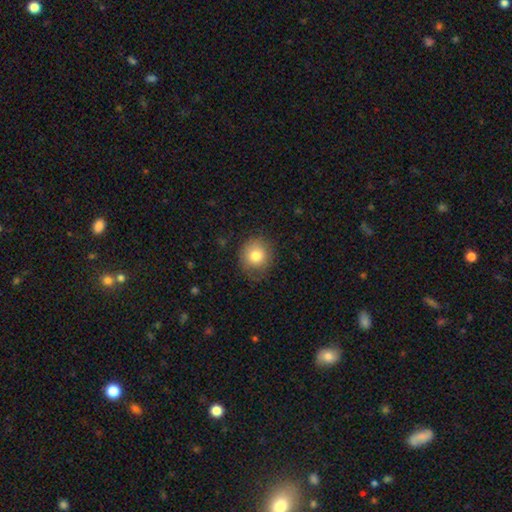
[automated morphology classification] This appears to be a smooth galaxy with no disk features (80%) that is round (84%). Merging: none (75%).